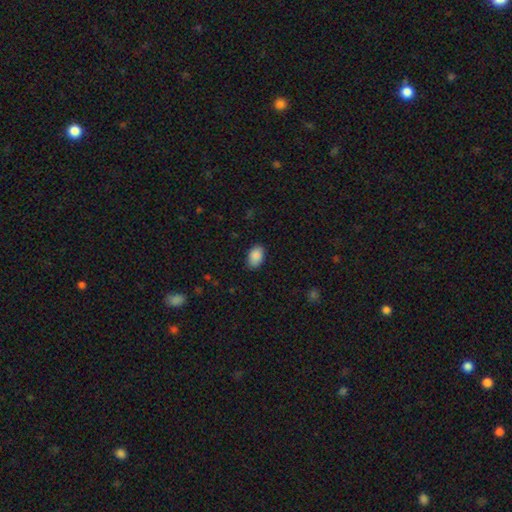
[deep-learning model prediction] smooth-or-featured: smooth: 89% | star or artifact: 7% | featured or disk: 4%
  how-rounded: in between: 88% | round: 11% | cigar-shaped: 1%
  merging: none: 85% | minor disturbance: 12% | major disturbance: 2% | merger: 1%